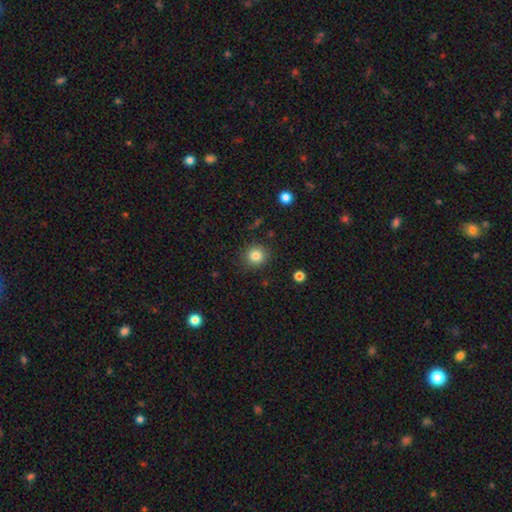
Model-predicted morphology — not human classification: type=smooth (83%); roundness=round (91%); merging=none (88%).